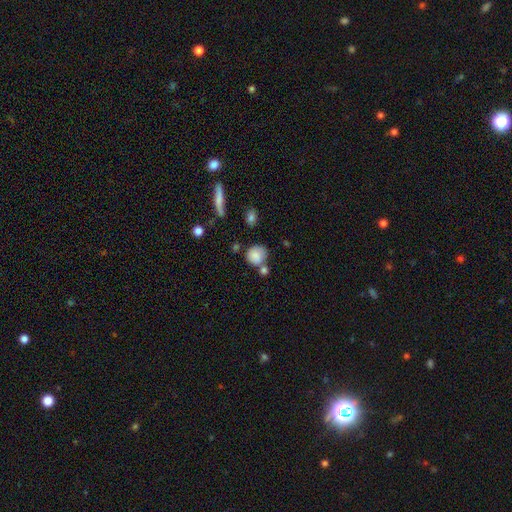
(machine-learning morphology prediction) Smooth or featured: smooth — 83% (star or artifact — 9%)
How rounded: round — 78% (in between — 20%)
Merging: none — 55% (merger — 23%)